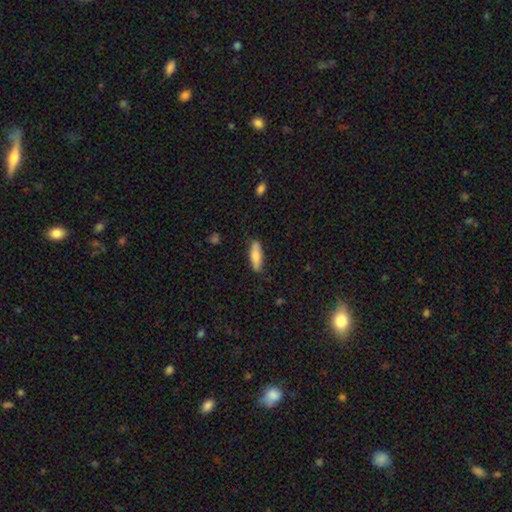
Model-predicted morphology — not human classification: A smooth galaxy with no disk features (77%) that is cigar-shaped (50%).

Vote fractions:
- Smooth or featured? smooth: 77% / featured or disk: 17% / star or artifact: 6%
- How rounded? cigar-shaped: 50% / in between: 48% / round: 2%
- Merging? none: 84% / minor disturbance: 12% / major disturbance: 2% / merger: 1%